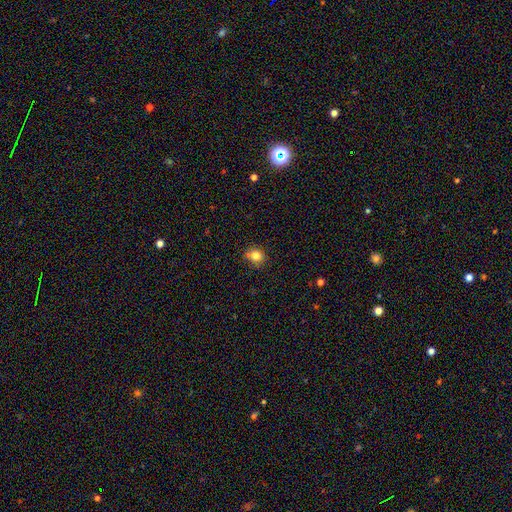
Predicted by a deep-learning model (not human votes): The model was most divided on "how rounded": round: 78%, in between: 21%, cigar-shaped: 1%. More confident: smooth or featured — smooth (82%); merging — none (75%).